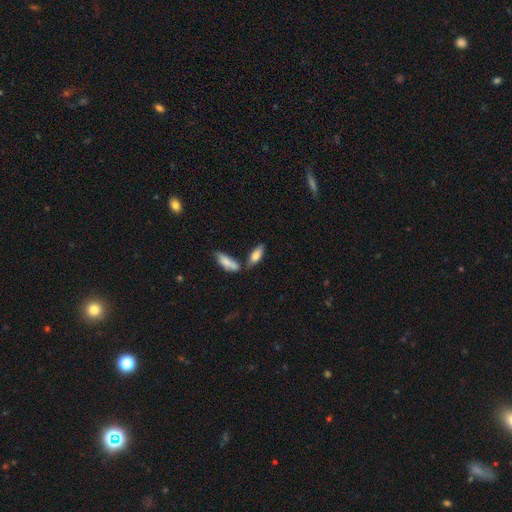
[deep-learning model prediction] Smooth or featured?
  - smooth: 76% *
  - featured or disk: 18%
  - star or artifact: 6%
How rounded?
  - in between: 71% *
  - cigar-shaped: 27%
  - round: 2%
Merging?
  - none: 58% *
  - merger: 24%
  - minor disturbance: 13%
  - major disturbance: 4%